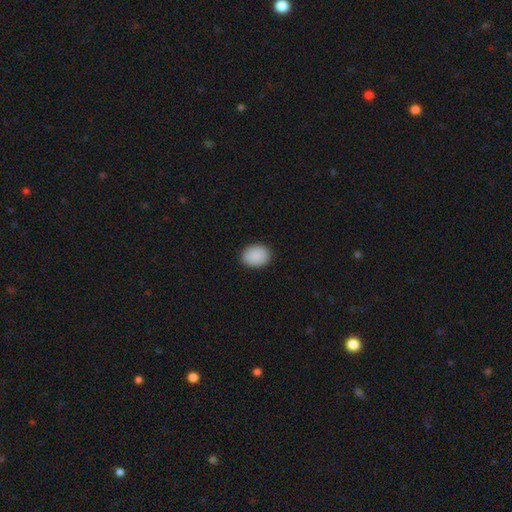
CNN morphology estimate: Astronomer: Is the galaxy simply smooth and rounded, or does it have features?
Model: smooth — 90%.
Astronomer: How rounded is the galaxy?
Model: in between — 58% (runner-up: round, 41%).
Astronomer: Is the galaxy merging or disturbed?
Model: none — 89%.